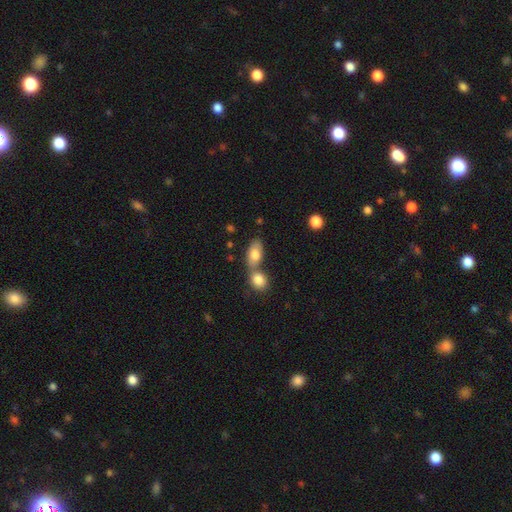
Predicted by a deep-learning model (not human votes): smooth 78%, featured or disk 15%, star or artifact 7%. Down the decision tree: how rounded — in between (87%); merging — merger (53%).